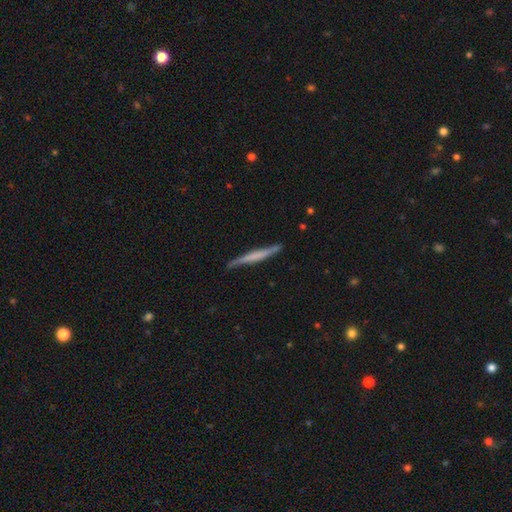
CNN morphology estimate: Overall: featured or disk (51%; smooth 44%). Edge-on disk: yes (96%). Merging: none (84%).